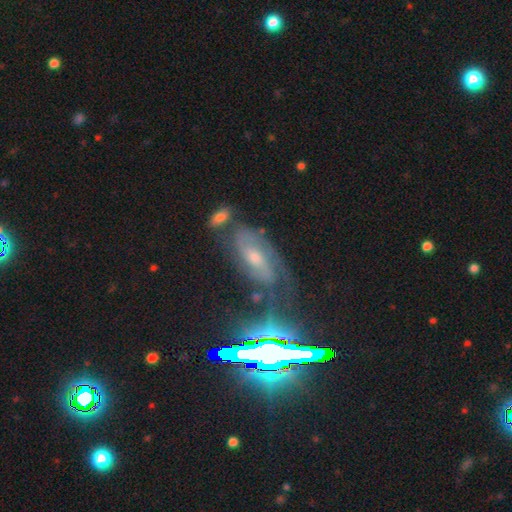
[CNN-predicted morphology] Q: Smooth or featured?
A: featured or disk (60%); runner-up: star or artifact (26%)
Q: Edge-on disk?
A: no (86%); runner-up: yes (14%)
Q: Bar?
A: no (47%); runner-up: weak (38%)
Q: Spiral arms?
A: yes (88%); runner-up: no (12%)
Q: Bulge size?
A: small (52%); runner-up: moderate (42%)
Q: Merging?
A: none (62%); runner-up: minor disturbance (19%)